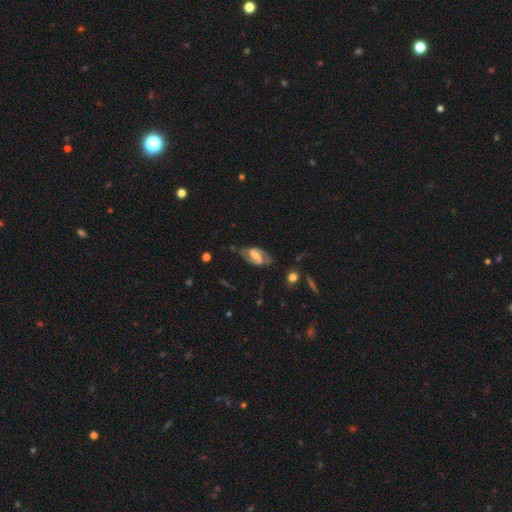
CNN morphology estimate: Smooth or featured? featured or disk (80%)
Edge-on disk? no (95%)
Bar? weak (43%)
Spiral arms? yes (92%)
Spiral winding? medium (50%)
Spiral arm count? 2 (89%)
Bulge size? moderate (49%)
Merging? none (71%)